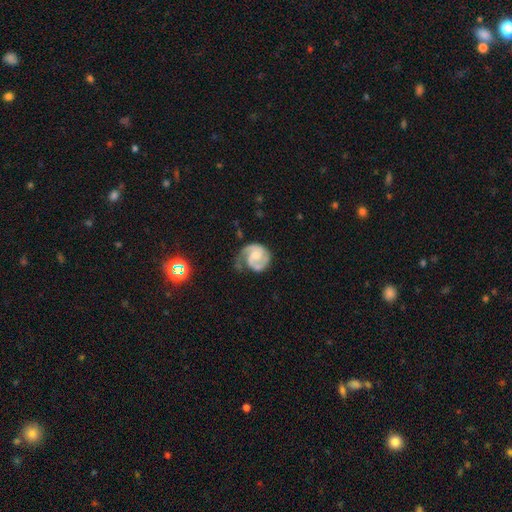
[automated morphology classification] Smooth or featured? Predicted: featured or disk (p=0.82). Edge-on disk? Predicted: no (p=0.98). Bar? Predicted: no (p=0.62). Spiral arms? Predicted: yes (p=0.96). Spiral winding? Predicted: tight (p=0.46). Spiral arm count? Predicted: 2 (p=0.63). Bulge size? Predicted: small (p=0.35). Merging? Predicted: none (p=0.49).